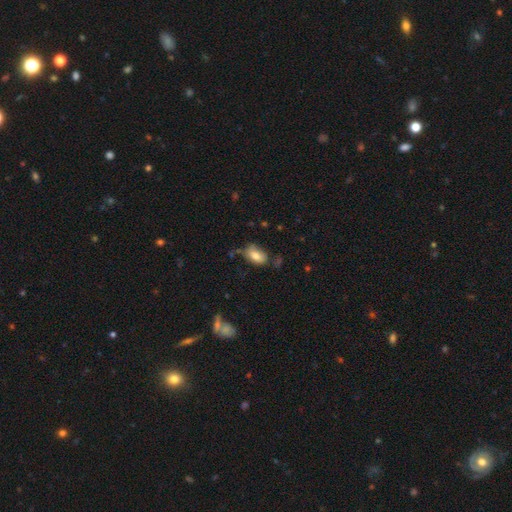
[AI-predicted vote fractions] This is likely a smooth galaxy (77%). How rounded: clearly in between (90%). Merging: likely none (60%).